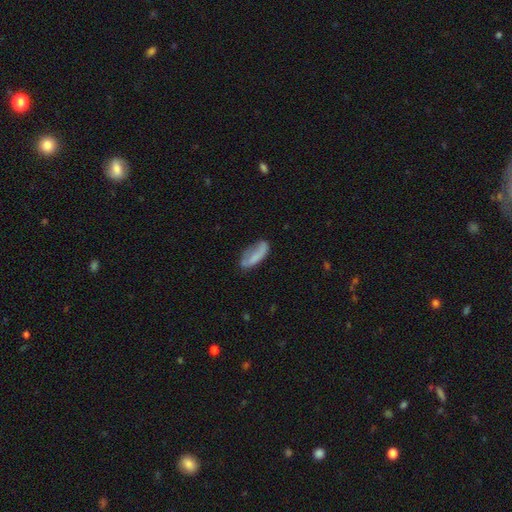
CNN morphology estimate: Smooth or featured: smooth — 67% (featured or disk — 25%)
How rounded: in between — 64% (cigar-shaped — 33%)
Merging: none — 48% (minor disturbance — 30%)